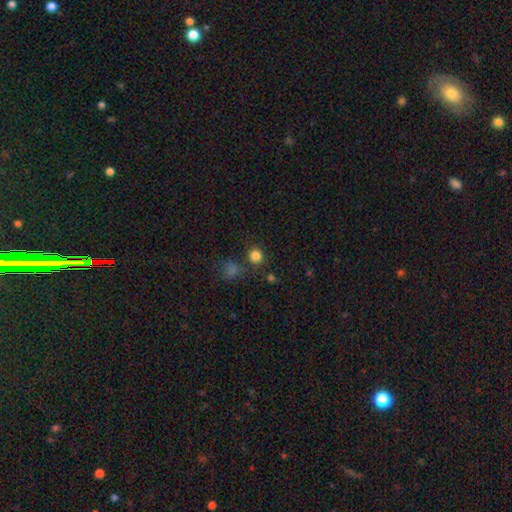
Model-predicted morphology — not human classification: smooth_or_featured: smooth (p=0.81) [alt: star or artifact p=0.14]
how_rounded: round (p=0.89) [alt: in between p=0.11]
merging: none (p=0.81) [alt: minor disturbance p=0.08]